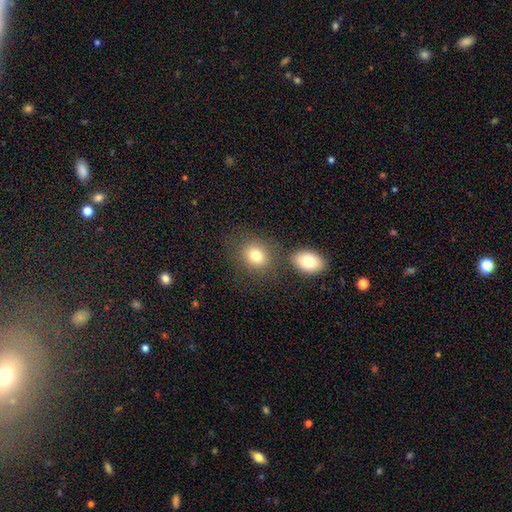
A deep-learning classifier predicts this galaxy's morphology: The model was most divided on "how rounded": round: 55%, in between: 44%, cigar-shaped: 1%. More confident: smooth or featured — smooth (79%); merging — none (63%).